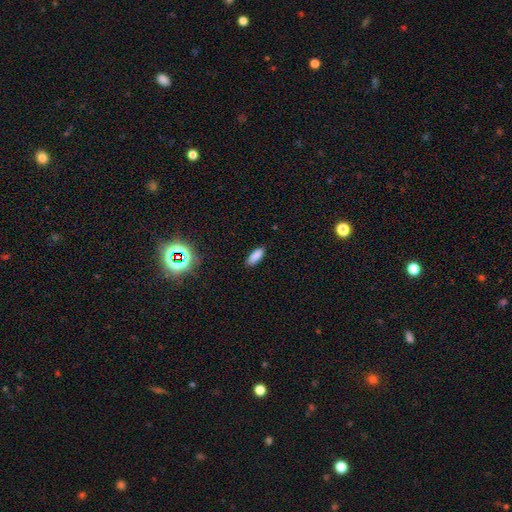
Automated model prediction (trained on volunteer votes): Q: Smooth or featured?
A: smooth (84%); runner-up: star or artifact (11%)
Q: How rounded?
A: in between (75%); runner-up: cigar-shaped (23%)
Q: Merging?
A: none (86%); runner-up: minor disturbance (11%)